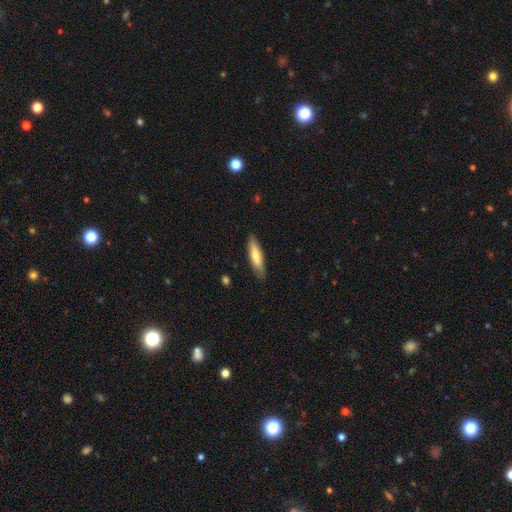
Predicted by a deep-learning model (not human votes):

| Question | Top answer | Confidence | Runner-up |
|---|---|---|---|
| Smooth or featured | smooth | 66% | featured or disk (28%) |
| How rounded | cigar-shaped | 71% | in between (28%) |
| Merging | none | 86% | minor disturbance (10%) |